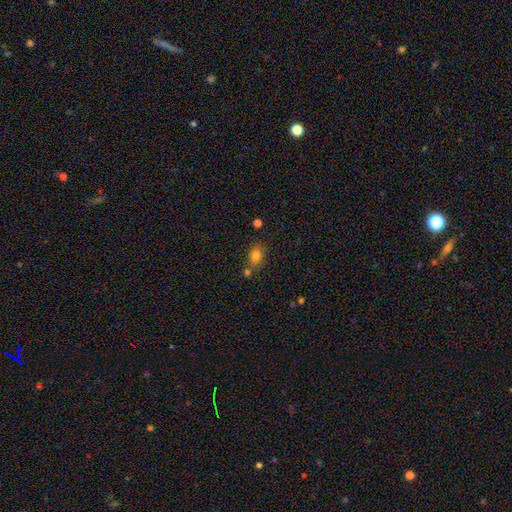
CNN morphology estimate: Smooth or featured?
  - smooth: 79% *
  - star or artifact: 13%
  - featured or disk: 9%
How rounded?
  - in between: 71% *
  - round: 26%
  - cigar-shaped: 2%
Merging?
  - none: 65% *
  - merger: 17%
  - minor disturbance: 14%
  - major disturbance: 4%